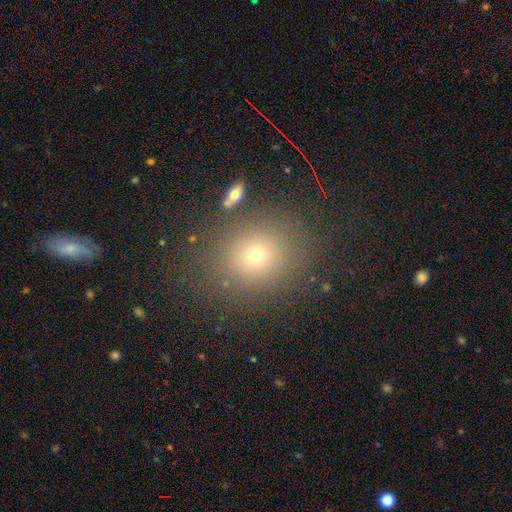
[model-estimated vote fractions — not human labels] Smooth or featured?
  - smooth: 65% *
  - star or artifact: 24%
  - featured or disk: 11%
How rounded?
  - round: 69% *
  - in between: 30%
  - cigar-shaped: 1%
Merging?
  - none: 83% *
  - minor disturbance: 9%
  - major disturbance: 4%
  - merger: 4%